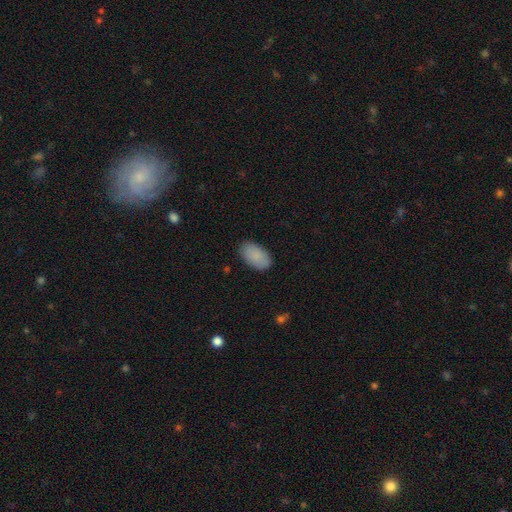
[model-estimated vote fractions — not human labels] This is clearly a smooth galaxy (89%). How rounded: clearly in between (95%). Merging: clearly none (87%).